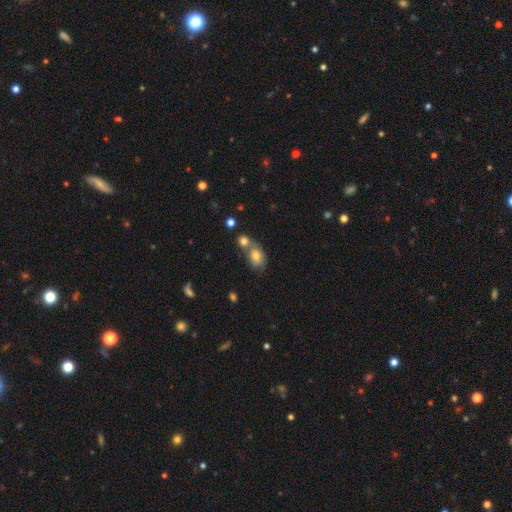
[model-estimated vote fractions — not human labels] Smooth or featured: smooth — 72% (featured or disk — 18%)
How rounded: in between — 79% (round — 19%)
Merging: merger — 42% (none — 39%)